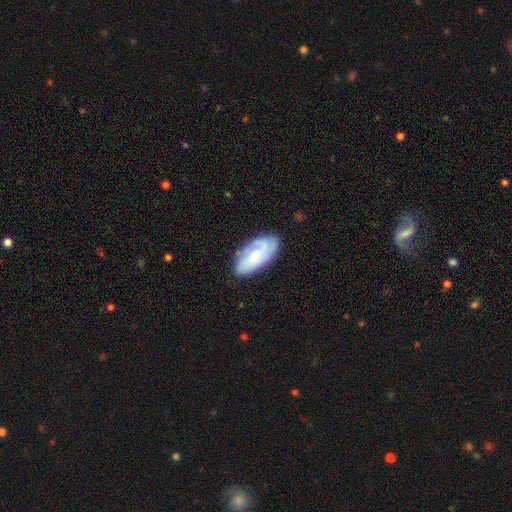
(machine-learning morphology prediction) Smooth or featured?
  - featured or disk: 51% *
  - smooth: 43%
  - star or artifact: 6%
Edge-on disk?
  - no: 92% *
  - yes: 8%
Merging?
  - none: 73% *
  - minor disturbance: 20%
  - major disturbance: 5%
  - merger: 2%